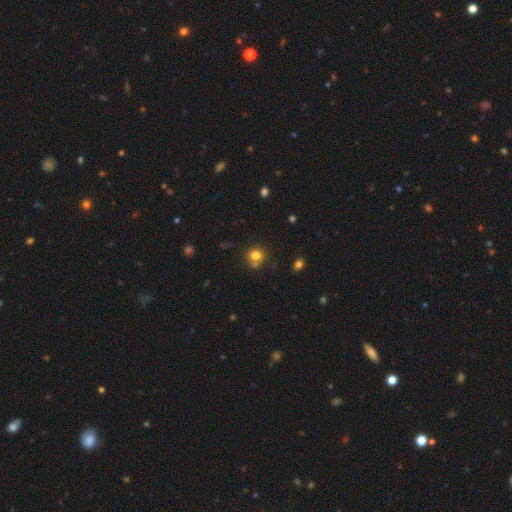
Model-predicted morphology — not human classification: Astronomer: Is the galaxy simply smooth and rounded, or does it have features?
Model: smooth — 79%.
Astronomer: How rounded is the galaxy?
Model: round — 84%.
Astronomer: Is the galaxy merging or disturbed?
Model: none — 65%.